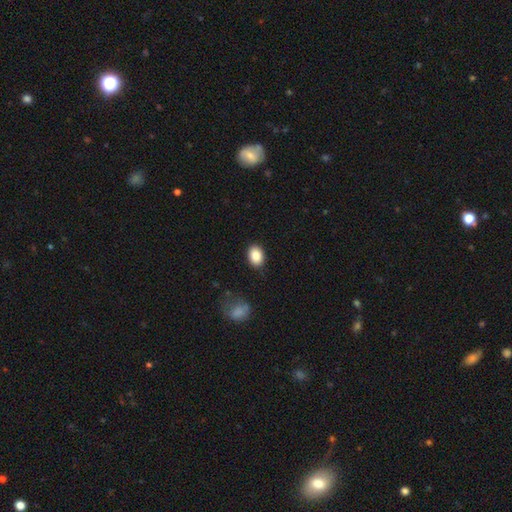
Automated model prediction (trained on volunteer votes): Smooth or featured: smooth — 87% (star or artifact — 8%)
How rounded: in between — 73% (round — 26%)
Merging: none — 87% (minor disturbance — 10%)